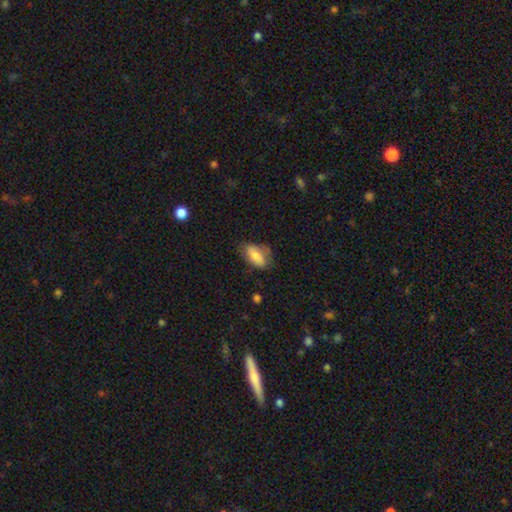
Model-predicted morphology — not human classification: smooth-or-featured: smooth: 76% | featured or disk: 18% | star or artifact: 7%
  how-rounded: in between: 91% | cigar-shaped: 5% | round: 4%
  merging: none: 57% | minor disturbance: 30% | major disturbance: 12% | merger: 2%